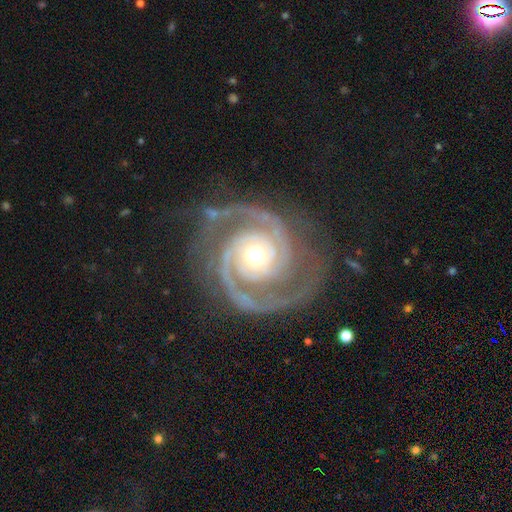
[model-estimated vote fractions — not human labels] Q: Smooth or featured?
A: featured or disk (94%); runner-up: star or artifact (4%)
Q: Edge-on disk?
A: no (98%); runner-up: yes (2%)
Q: Bar?
A: no (71%); runner-up: weak (19%)
Q: Spiral arms?
A: yes (99%); runner-up: no (1%)
Q: Spiral winding?
A: tight (66%); runner-up: medium (30%)
Q: Spiral arm count?
A: 2 (75%); runner-up: 3 (12%)
Q: Bulge size?
A: moderate (72%); runner-up: small (15%)
Q: Merging?
A: none (76%); runner-up: minor disturbance (15%)